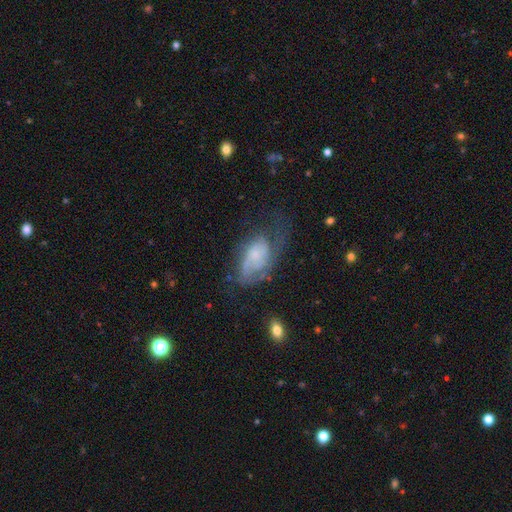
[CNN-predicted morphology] smooth_or_featured: featured or disk (p=0.64) [alt: smooth p=0.28]
disk_edge_on: no (p=0.95) [alt: yes p=0.05]
bar: no (p=0.70) [alt: weak p=0.26]
has_spiral_arms: yes (p=0.82) [alt: no p=0.18]
bulge_size: small (p=0.41) [alt: none p=0.29]
merging: none (p=0.37) [alt: major disturbance p=0.36]